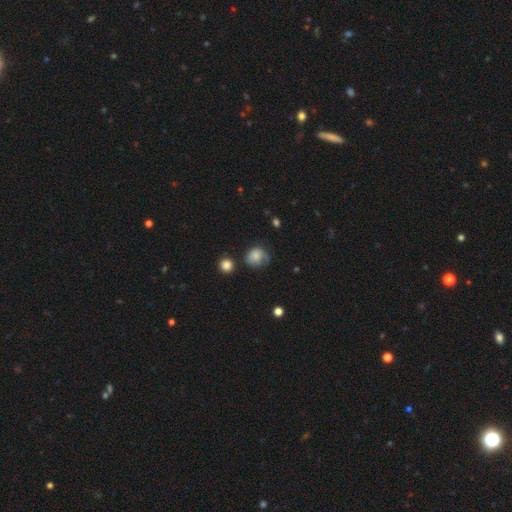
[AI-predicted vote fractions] The model was most divided on "merging": none: 43%, minor disturbance: 33%, major disturbance: 20%, merger: 4%. More confident: smooth or featured — smooth (71%); how rounded — round (69%).